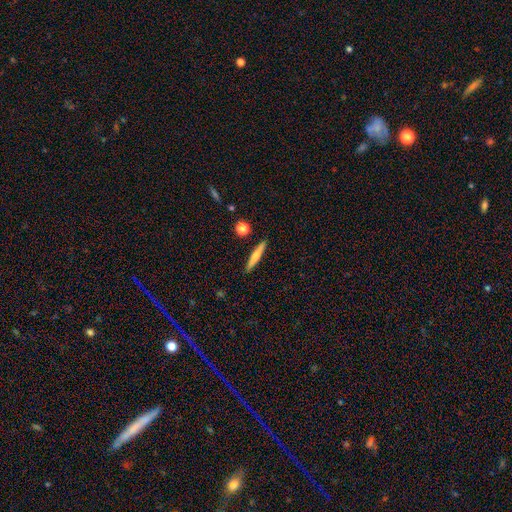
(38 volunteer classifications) Smooth or featured? 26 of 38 (68%) said smooth. How rounded? 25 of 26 (96%) said cigar-shaped. Merging? 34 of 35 (97%) said none.